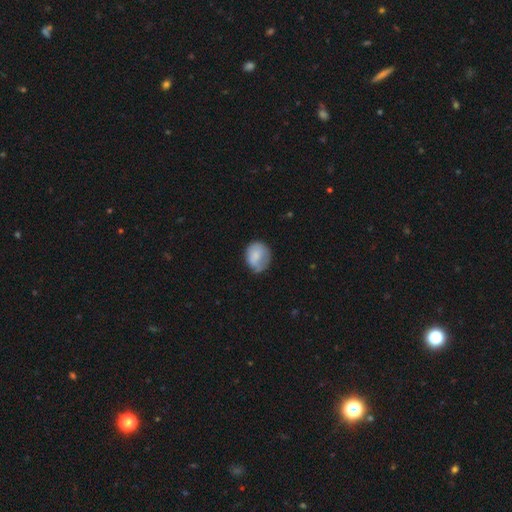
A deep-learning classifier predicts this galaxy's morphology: Smooth or featured?
  - smooth: 76% *
  - featured or disk: 16%
  - star or artifact: 7%
How rounded?
  - round: 61% *
  - in between: 38%
  - cigar-shaped: 1%
Merging?
  - none: 47% *
  - minor disturbance: 36%
  - major disturbance: 15%
  - merger: 2%